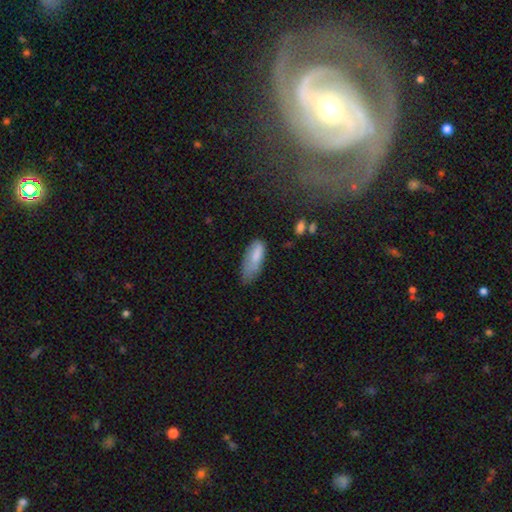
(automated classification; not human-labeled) smooth_or_featured: smooth (p=0.80) [alt: featured or disk p=0.12]
how_rounded: in between (p=0.74) [alt: cigar-shaped p=0.24]
merging: minor disturbance (p=0.41) [alt: none p=0.36]